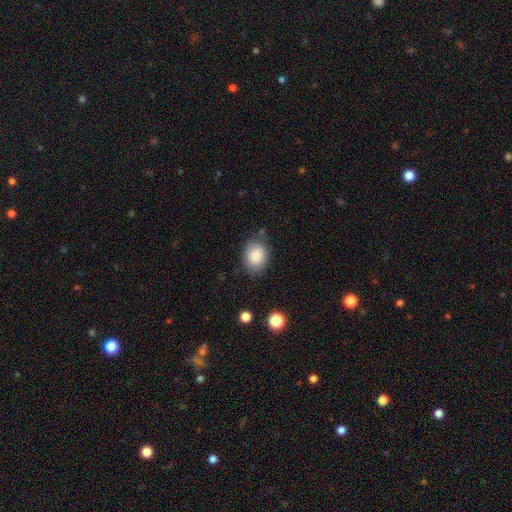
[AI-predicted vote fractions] Smooth or featured: smooth — 88% (star or artifact — 8%)
How rounded: in between — 57% (round — 42%)
Merging: none — 77% (minor disturbance — 16%)